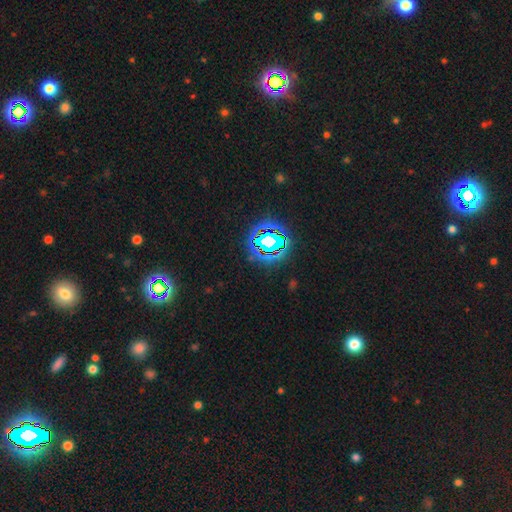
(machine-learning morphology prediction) A star or artifact, not a galaxy (79%).

Vote fractions:
- Smooth or featured? star or artifact: 79% / smooth: 14% / featured or disk: 8%